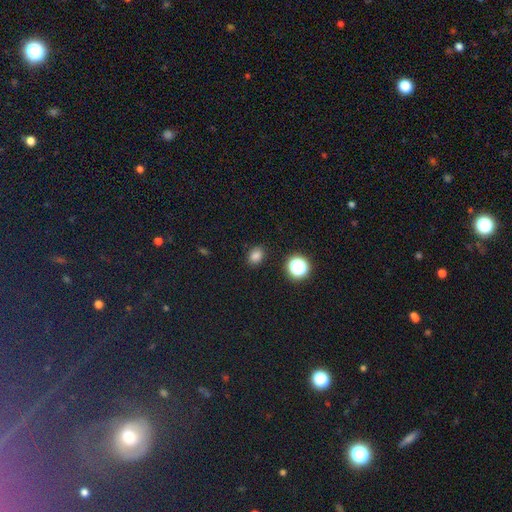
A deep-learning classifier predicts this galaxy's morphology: A smooth galaxy with no disk features (80%) that is in between round and cigar-shaped (61%). Merging: none (87%).